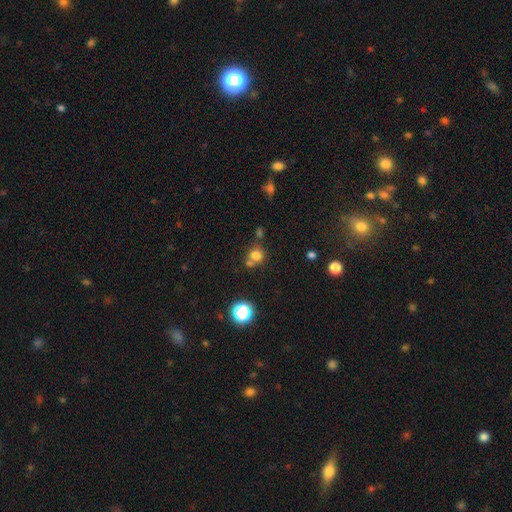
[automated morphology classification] Smooth or featured? Predicted: smooth (p=0.76). How rounded? Predicted: round (p=0.84). Merging? Predicted: none (p=0.59).